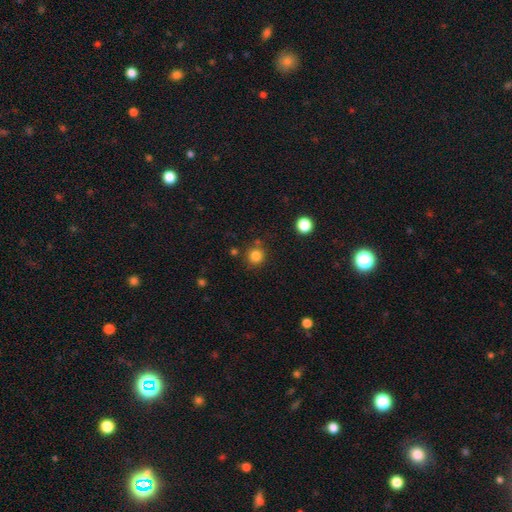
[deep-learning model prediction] This is clearly a smooth galaxy (83%). How rounded: clearly round (92%). Merging: clearly none (80%).